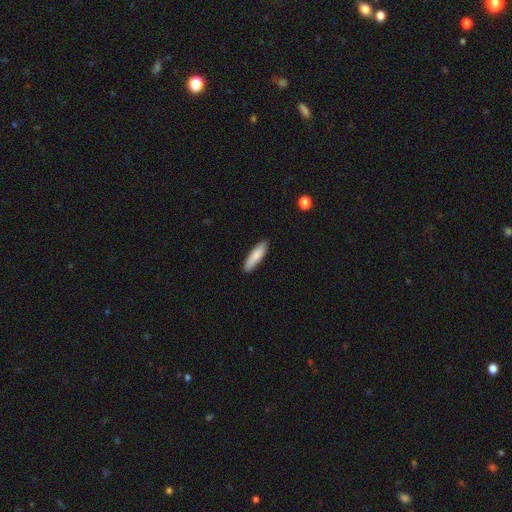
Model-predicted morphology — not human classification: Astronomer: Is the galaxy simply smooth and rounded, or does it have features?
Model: smooth — 83%.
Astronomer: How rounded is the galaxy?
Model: cigar-shaped — 69%.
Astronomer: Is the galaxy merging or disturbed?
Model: none — 88%.